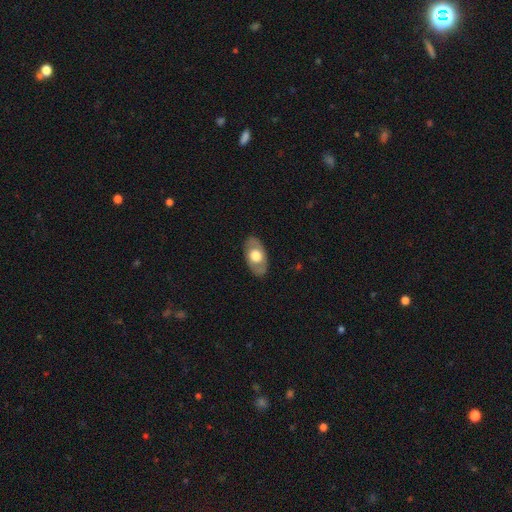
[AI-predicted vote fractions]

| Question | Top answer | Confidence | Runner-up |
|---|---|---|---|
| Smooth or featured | smooth | 50% | featured or disk (45%) |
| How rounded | in between | 89% | round (9%) |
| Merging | none | 85% | minor disturbance (11%) |